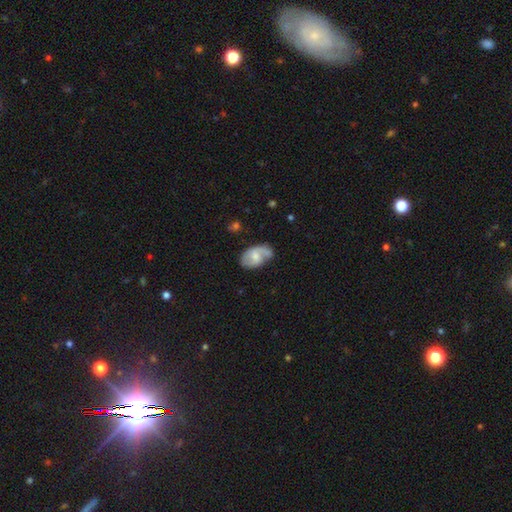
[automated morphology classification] A featured or disk galaxy (58%) with no bar (50%), spiral arms (83%) and a moderate central bulge (45%).

Vote fractions:
- Smooth or featured? featured or disk: 58% / smooth: 35% / star or artifact: 6%
- Edge-on disk? no: 96% / yes: 4%
- Bar? no: 50% / weak: 42% / strong: 8%
- Spiral arms? yes: 83% / no: 17%
- Bulge size? moderate: 45% / small: 42% / none: 8% / large: 4% / dominant: 1%
- Merging? none: 51% / minor disturbance: 31% / major disturbance: 14% / merger: 3%